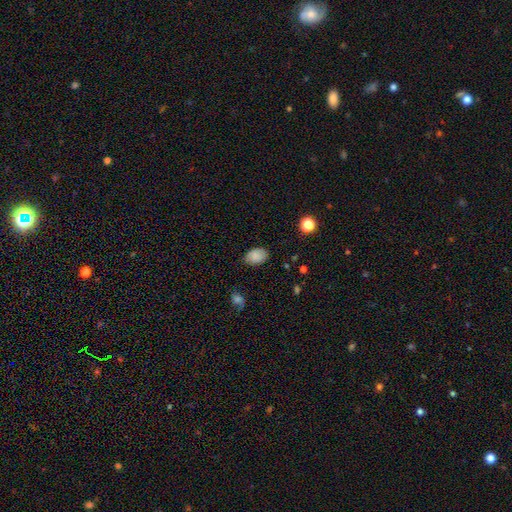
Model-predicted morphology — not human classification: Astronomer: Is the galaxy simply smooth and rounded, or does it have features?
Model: smooth — 84%.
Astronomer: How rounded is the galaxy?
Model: in between — 85%.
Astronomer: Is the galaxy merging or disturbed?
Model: none — 81%.